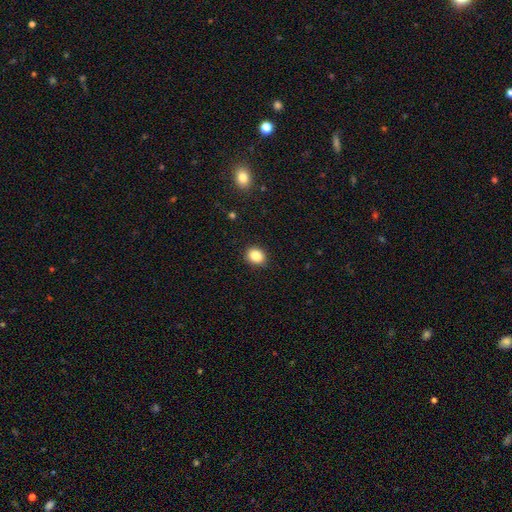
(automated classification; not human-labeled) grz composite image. It shows a smooth galaxy with no disk features (86%) that is round (63%). Merging: none (89%).